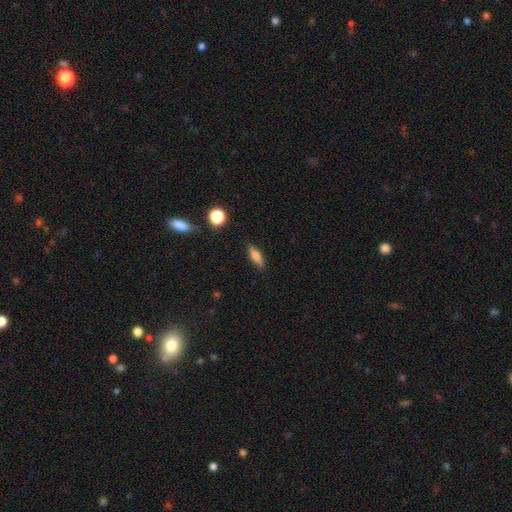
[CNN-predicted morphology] This appears to be a smooth galaxy with no disk features (71%) that is cigar-shaped (51%). Merging: none (87%).